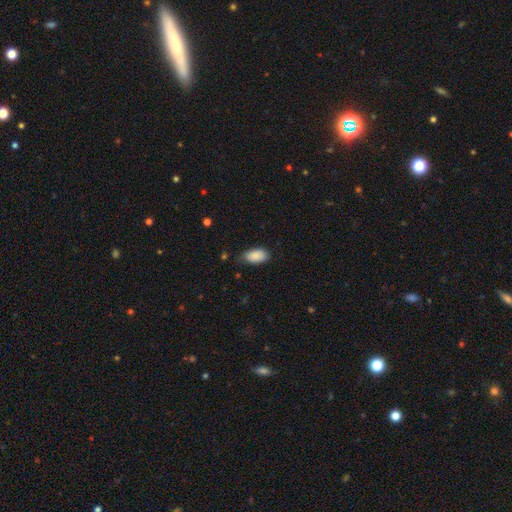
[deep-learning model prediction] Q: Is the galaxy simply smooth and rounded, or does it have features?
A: smooth — 87%.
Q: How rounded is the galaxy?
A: in between — 94%.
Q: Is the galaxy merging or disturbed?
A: none — 73%.